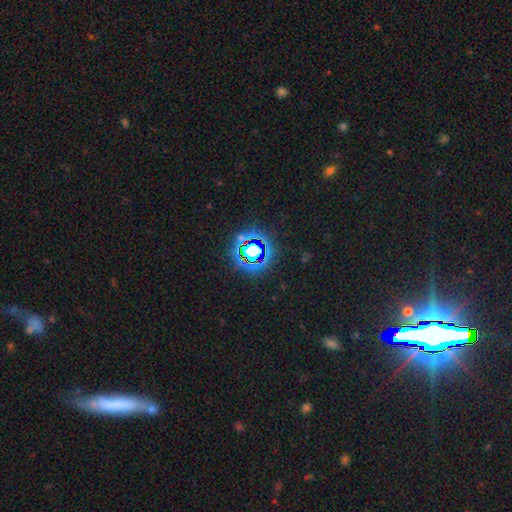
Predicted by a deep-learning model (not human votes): smooth-or-featured: star or artifact: 72% | smooth: 17% | featured or disk: 11%